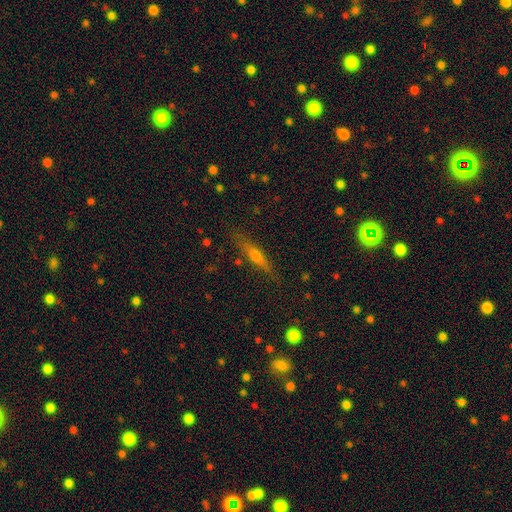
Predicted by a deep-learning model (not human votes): Overall: featured or disk (47%; smooth 44%). Merging: none (79%).